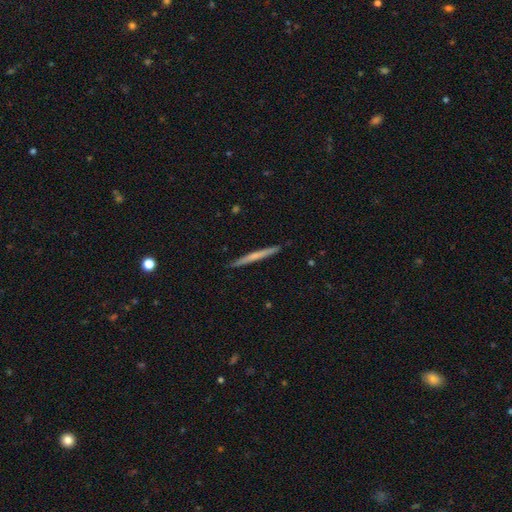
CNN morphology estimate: A smooth galaxy with no disk features (52%) that is cigar-shaped (97%).

Vote fractions:
- Smooth or featured? smooth: 52% / featured or disk: 43% / star or artifact: 6%
- How rounded? cigar-shaped: 97% / in between: 2% / round: 1%
- Merging? none: 92% / minor disturbance: 6% / major disturbance: 1% / merger: 1%